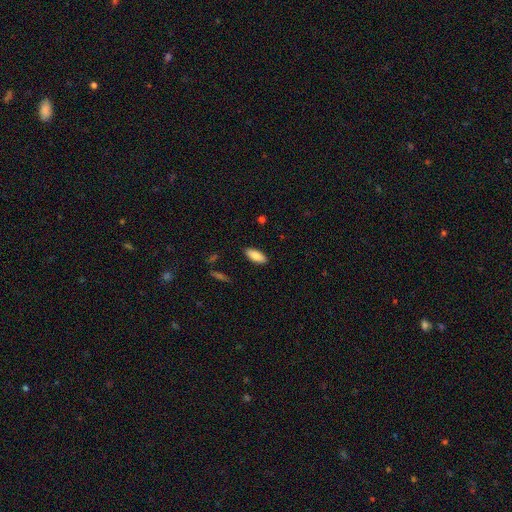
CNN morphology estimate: smooth_or_featured: smooth (p=0.85) [alt: featured or disk p=0.08]
how_rounded: in between (p=0.84) [alt: cigar-shaped p=0.14]
merging: none (p=0.89) [alt: minor disturbance p=0.08]